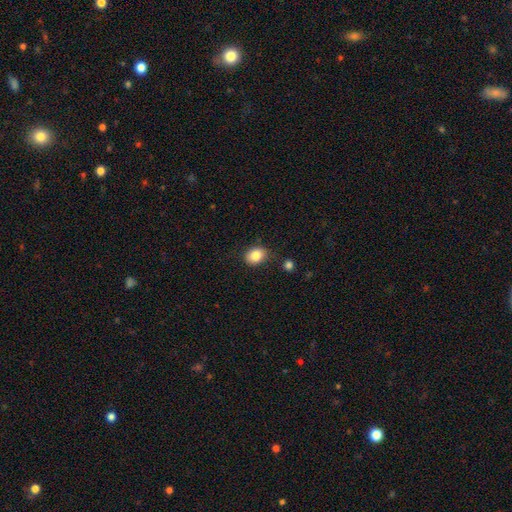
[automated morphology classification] A smooth galaxy with no disk features (85%) that is in between round and cigar-shaped (59%). Merging: none (79%).